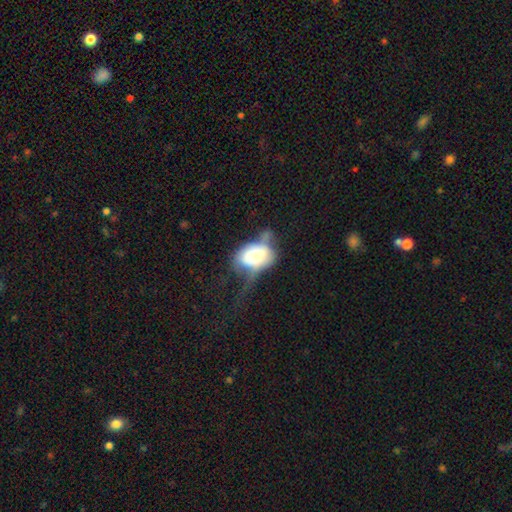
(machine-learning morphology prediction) smooth_or_featured: smooth (p=0.58) [alt: featured or disk p=0.34]
how_rounded: in between (p=0.86) [alt: round p=0.13]
merging: major disturbance (p=0.43) [alt: minor disturbance p=0.24]